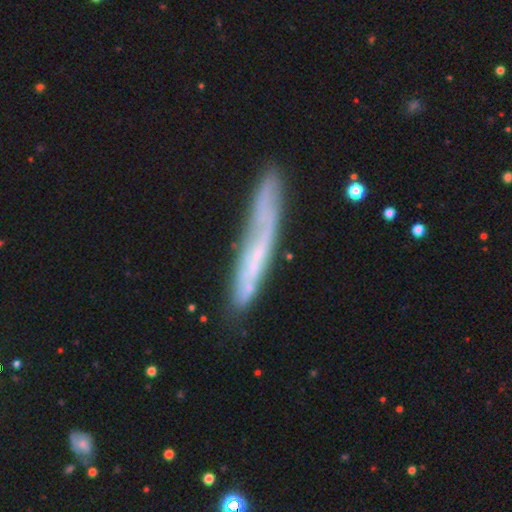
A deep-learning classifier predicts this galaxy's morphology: Overall: featured or disk (56%; smooth 35%). Edge-on disk: yes (70%; no 30%). Merging: none (70%).